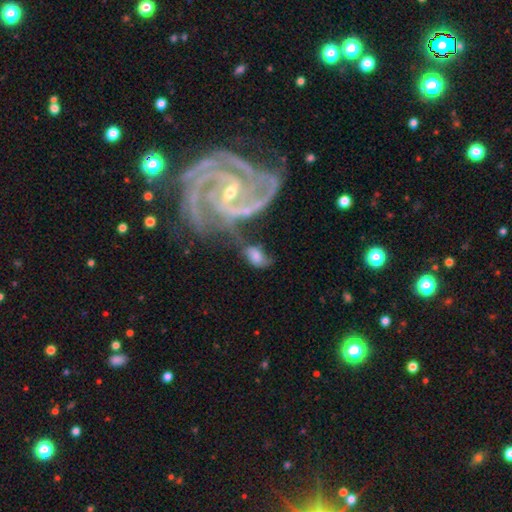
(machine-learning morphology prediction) This is possibly a smooth galaxy (49%). Merging: marginally merger (34%).